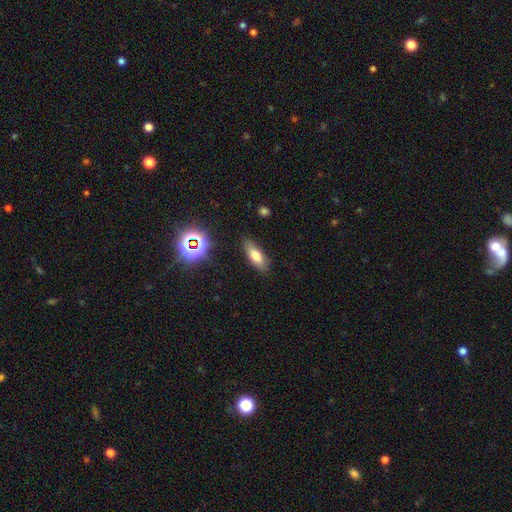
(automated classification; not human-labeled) Q: Smooth or featured?
A: smooth (72%); runner-up: featured or disk (16%)
Q: How rounded?
A: in between (71%); runner-up: cigar-shaped (25%)
Q: Merging?
A: none (82%); runner-up: minor disturbance (13%)